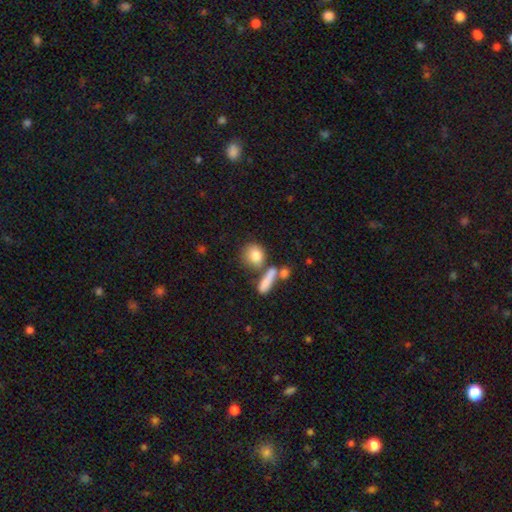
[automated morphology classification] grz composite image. It shows a smooth galaxy with no disk features (80%) that is round (69%). Merging: none (54%).